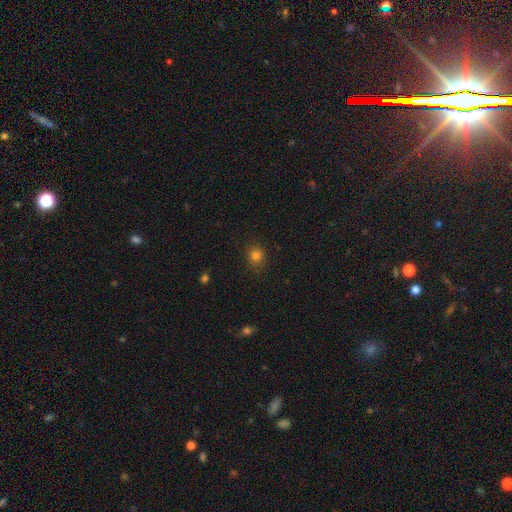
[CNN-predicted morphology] A smooth galaxy with no disk features (80%) that is round (81%). Merging: none (86%).